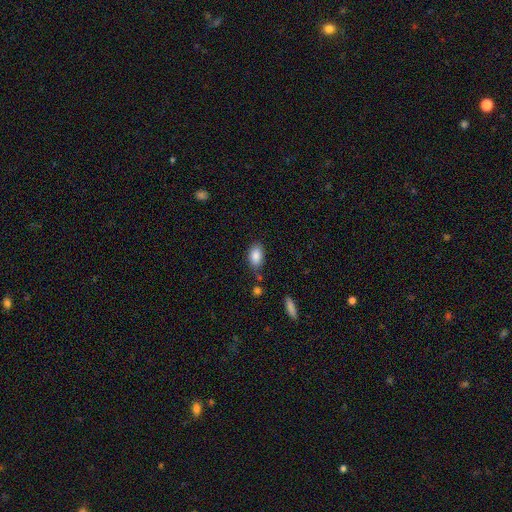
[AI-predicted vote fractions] This is clearly a smooth galaxy (86%). How rounded: clearly in between (90%). Merging: likely none (73%).